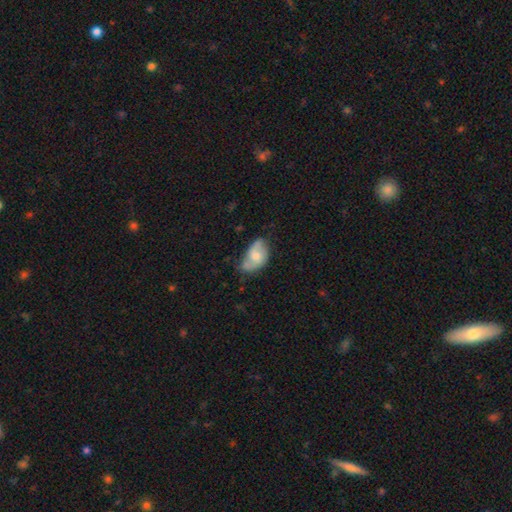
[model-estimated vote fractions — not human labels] This is possibly a featured or disk galaxy (48%). Merging: marginally none (45%).